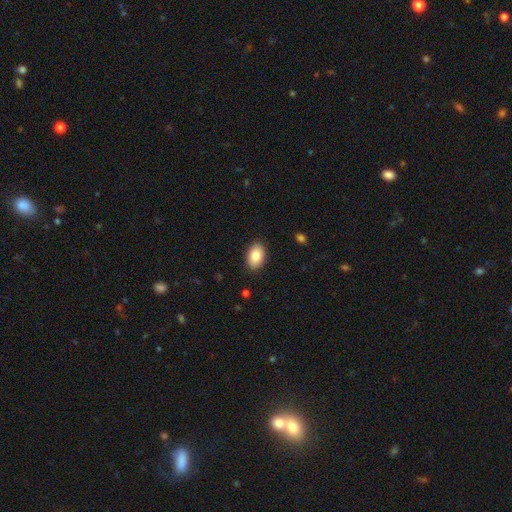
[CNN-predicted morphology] Smooth or featured: smooth — 84% (featured or disk — 8%)
How rounded: in between — 89% (round — 10%)
Merging: none — 89% (minor disturbance — 8%)